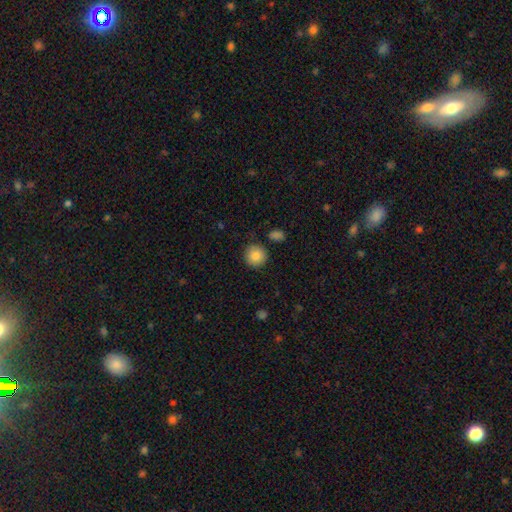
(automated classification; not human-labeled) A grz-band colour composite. It shows a smooth galaxy with no disk features (85%) that is round (94%). Merging: none (87%).